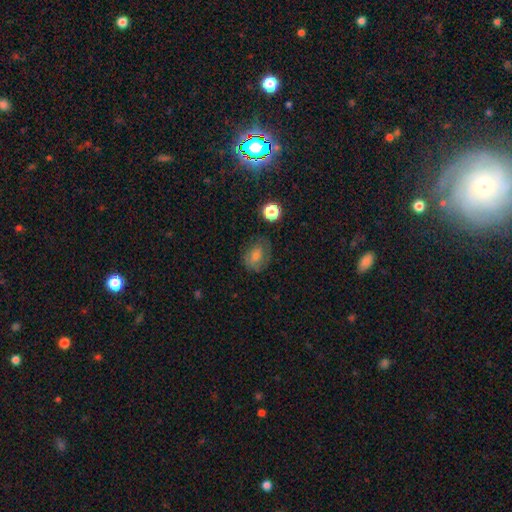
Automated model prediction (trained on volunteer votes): This is possibly a smooth galaxy (53%). How rounded: possibly in between (53%). Merging: likely none (71%).